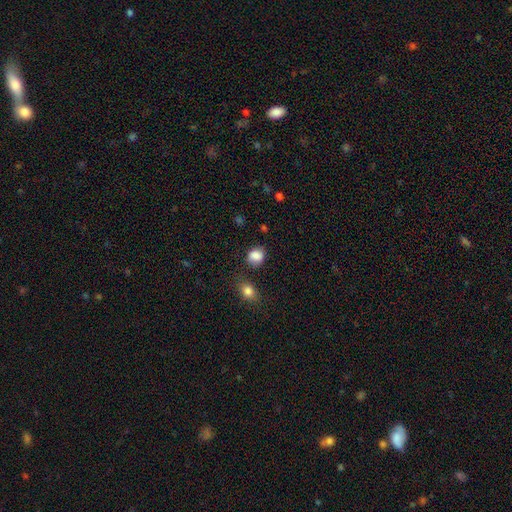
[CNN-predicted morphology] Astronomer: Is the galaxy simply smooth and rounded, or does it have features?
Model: smooth — 85%.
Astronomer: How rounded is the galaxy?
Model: round — 56% (runner-up: in between, 43%).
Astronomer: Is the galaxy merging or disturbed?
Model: none — 70%.